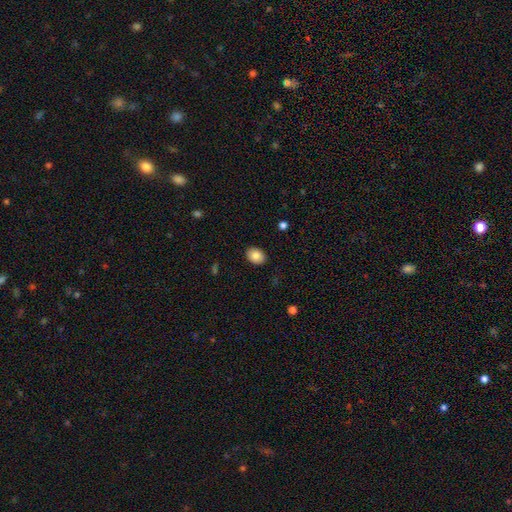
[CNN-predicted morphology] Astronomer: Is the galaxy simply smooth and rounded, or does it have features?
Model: smooth — 85%.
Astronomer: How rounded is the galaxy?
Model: in between — 67%.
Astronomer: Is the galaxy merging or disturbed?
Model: none — 89%.